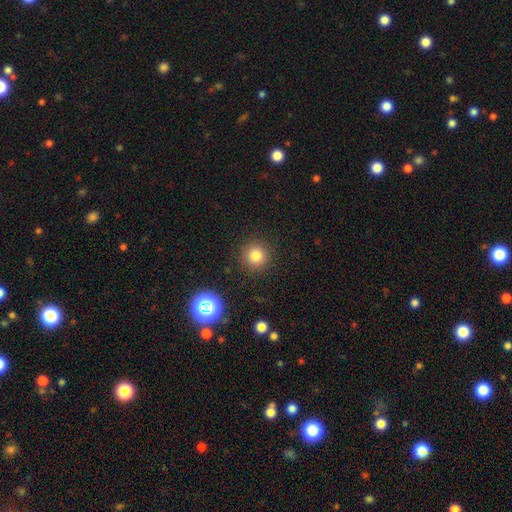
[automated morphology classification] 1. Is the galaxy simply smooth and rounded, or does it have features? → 80% smooth, 14% star or artifact, 6% featured or disk.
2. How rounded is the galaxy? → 95% round, 5% in between, 1% cigar-shaped.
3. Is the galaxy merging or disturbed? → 90% none, 6% minor disturbance, 3% major disturbance, 1% merger.